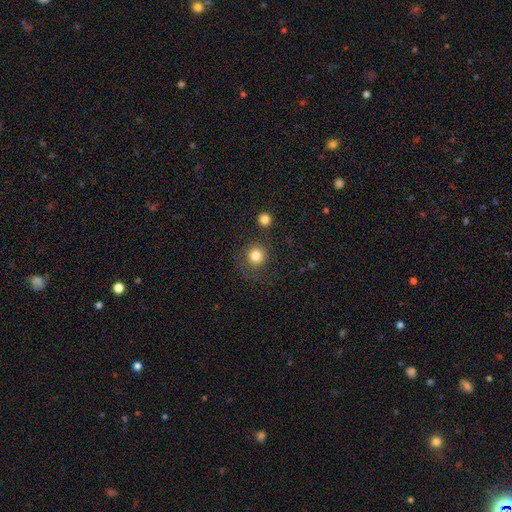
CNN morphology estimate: A smooth galaxy with no disk features (82%) that is round (91%). Merging: none (73%).